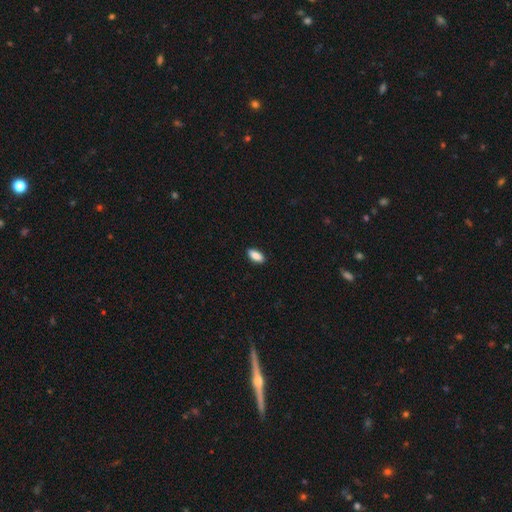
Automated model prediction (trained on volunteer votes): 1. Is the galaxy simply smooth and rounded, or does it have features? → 89% smooth, 7% star or artifact, 5% featured or disk.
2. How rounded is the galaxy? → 88% in between, 9% cigar-shaped, 3% round.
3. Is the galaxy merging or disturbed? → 89% none, 9% minor disturbance, 2% major disturbance, 1% merger.